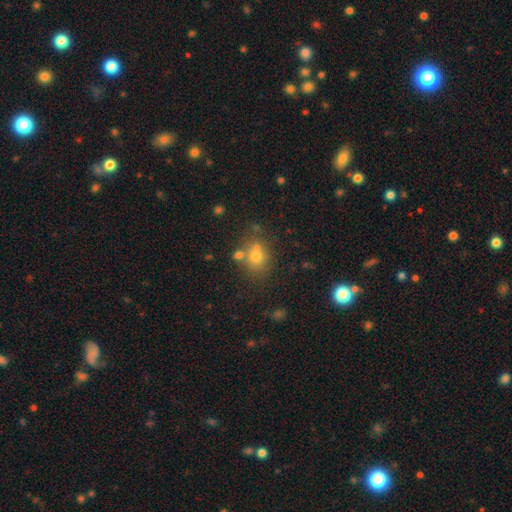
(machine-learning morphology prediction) Q: Smooth or featured?
A: smooth (67%); runner-up: star or artifact (19%)
Q: How rounded?
A: round (69%); runner-up: in between (30%)
Q: Merging?
A: none (58%); runner-up: merger (26%)